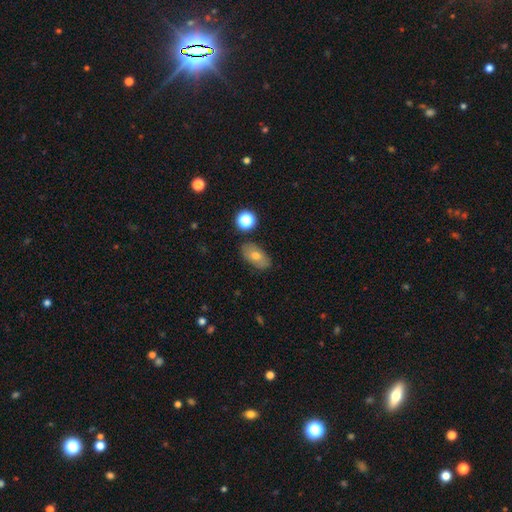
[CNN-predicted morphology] Smooth or featured?
  - smooth: 66% *
  - featured or disk: 23%
  - star or artifact: 10%
How rounded?
  - in between: 87% *
  - round: 9%
  - cigar-shaped: 4%
Merging?
  - none: 82% *
  - minor disturbance: 12%
  - merger: 3%
  - major disturbance: 3%